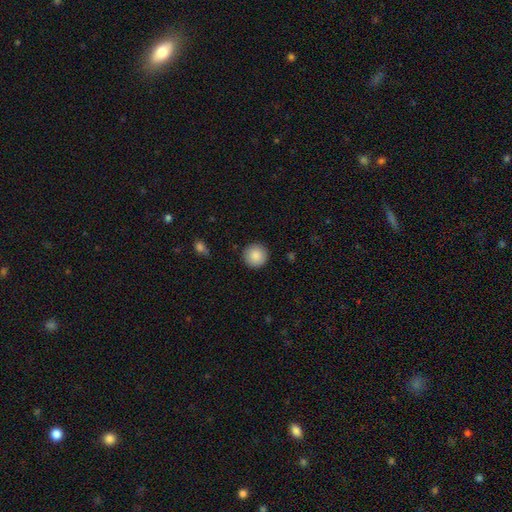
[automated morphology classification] Smooth or featured? smooth (87%)
How rounded? round (96%)
Merging? none (91%)